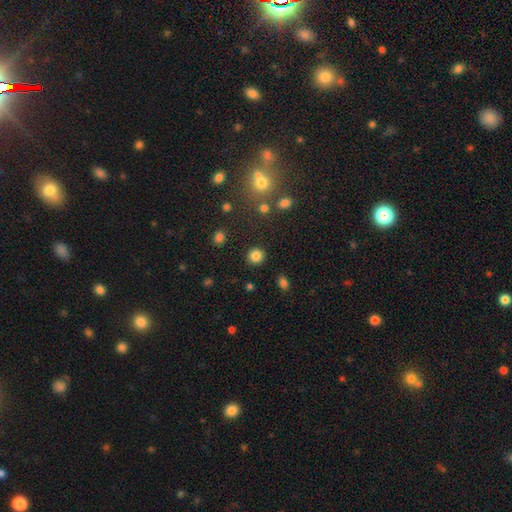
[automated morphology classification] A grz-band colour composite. It shows a smooth galaxy with no disk features (84%) that is round (88%). Merging: none (89%).